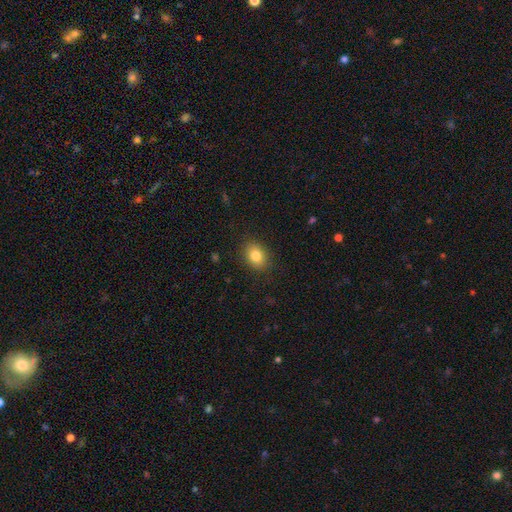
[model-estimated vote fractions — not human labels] A smooth galaxy with no disk features (83%) that is in between round and cigar-shaped (63%). Merging: none (87%).